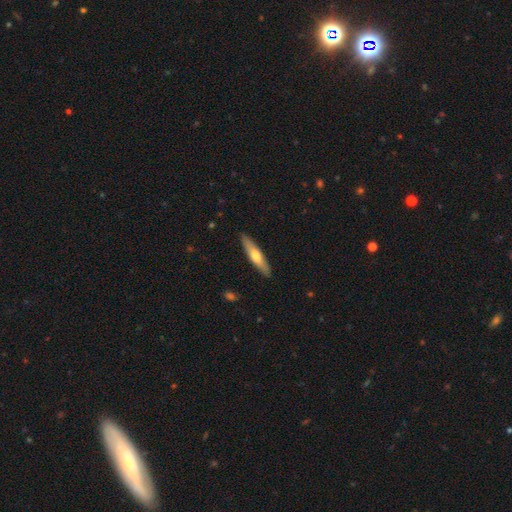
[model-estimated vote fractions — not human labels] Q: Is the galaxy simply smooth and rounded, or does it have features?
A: smooth — 54%.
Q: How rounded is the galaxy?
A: cigar-shaped — 84%.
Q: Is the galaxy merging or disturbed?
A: none — 90%.